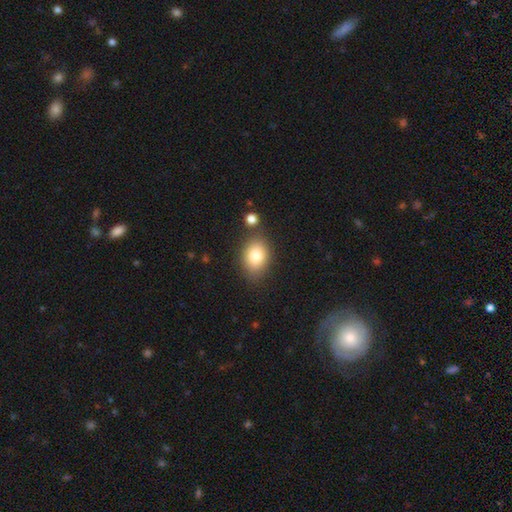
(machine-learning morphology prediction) smooth-or-featured: smooth: 83% | featured or disk: 9% | star or artifact: 8%
  how-rounded: in between: 76% | round: 23% | cigar-shaped: 1%
  merging: none: 75% | minor disturbance: 14% | merger: 7% | major disturbance: 4%